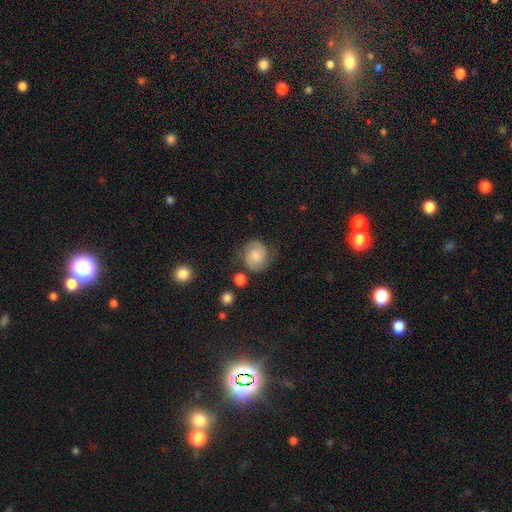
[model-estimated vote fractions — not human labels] Overall: featured or disk (52%; smooth 39%). Edge-on disk: no (98%). Bar: no (68%). Spiral arms: yes (90%). Bulge size: moderate (43%; small 37%). Merging: none (71%).